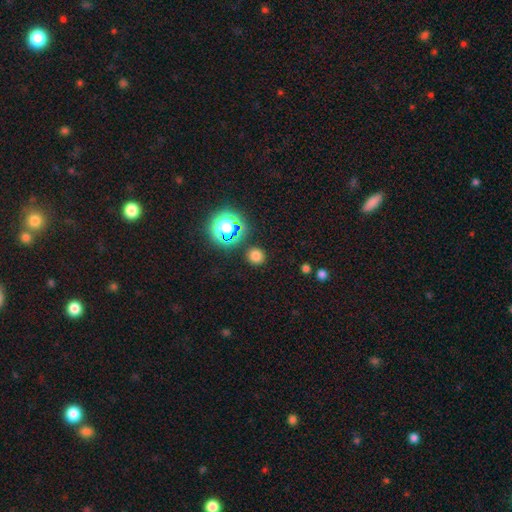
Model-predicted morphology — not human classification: Q: Smooth or featured?
A: smooth (74%); runner-up: star or artifact (21%)
Q: How rounded?
A: round (91%); runner-up: in between (7%)
Q: Merging?
A: none (89%); runner-up: minor disturbance (6%)